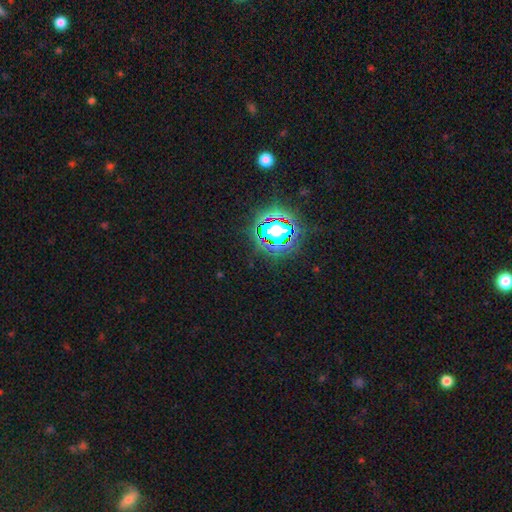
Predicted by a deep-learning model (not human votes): The model was most divided on "smooth or featured": star or artifact: 79%, smooth: 13%, featured or disk: 8%.